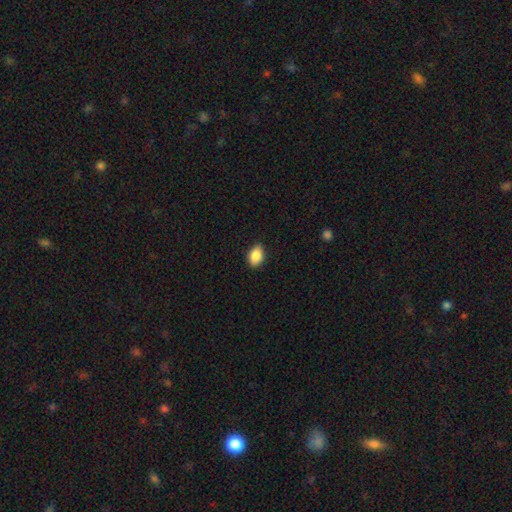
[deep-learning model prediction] A smooth galaxy with no disk features (88%) that is in between round and cigar-shaped (86%). Merging: none (87%).